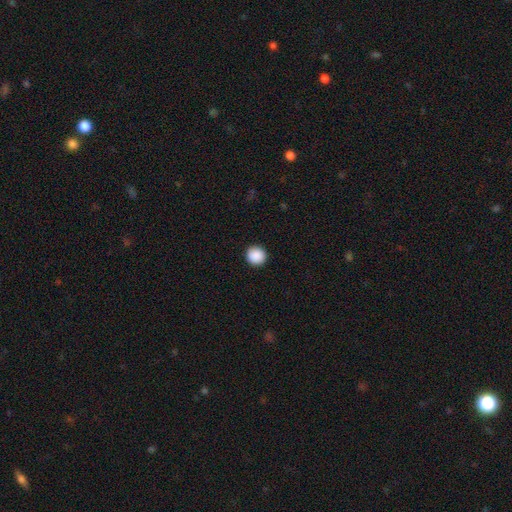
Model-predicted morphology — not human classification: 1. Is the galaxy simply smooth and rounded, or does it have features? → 90% smooth, 8% star or artifact, 2% featured or disk.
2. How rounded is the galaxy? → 94% round, 5% in between, 1% cigar-shaped.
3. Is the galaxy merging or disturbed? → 93% none, 5% minor disturbance, 2% major disturbance, 1% merger.